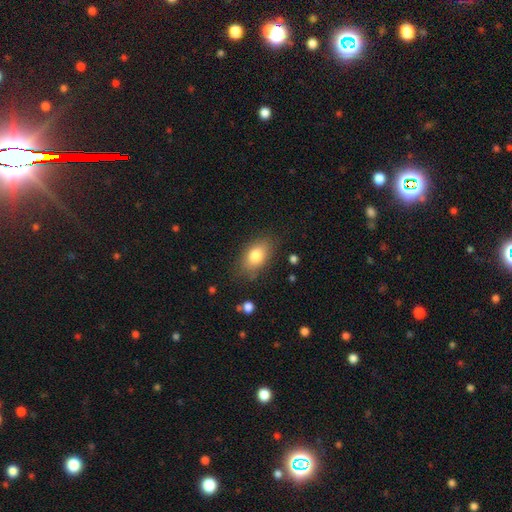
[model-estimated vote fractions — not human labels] Smooth or featured: smooth — 80% (featured or disk — 12%)
How rounded: in between — 87% (round — 10%)
Merging: none — 78% (minor disturbance — 16%)